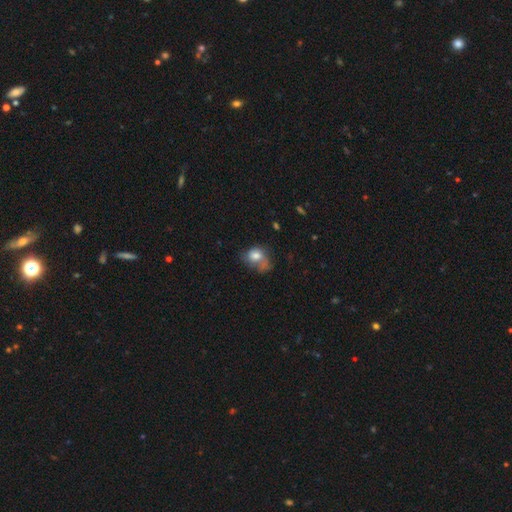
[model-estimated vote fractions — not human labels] Smooth or featured? smooth (65%)
How rounded? in between (57%)
Merging? major disturbance (34%)